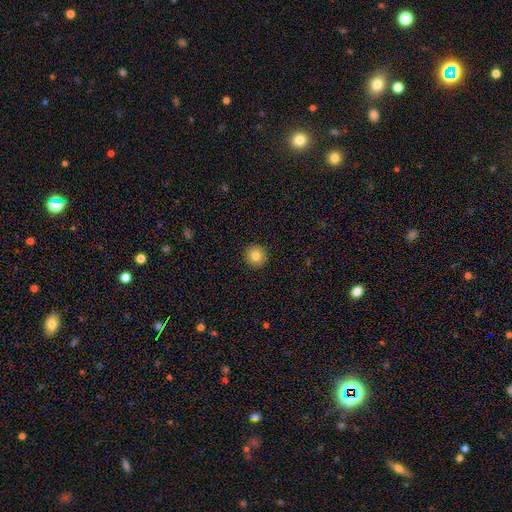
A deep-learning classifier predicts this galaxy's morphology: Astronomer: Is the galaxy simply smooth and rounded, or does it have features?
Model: smooth — 82%.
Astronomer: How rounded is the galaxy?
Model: round — 95%.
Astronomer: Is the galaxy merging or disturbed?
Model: none — 93%.